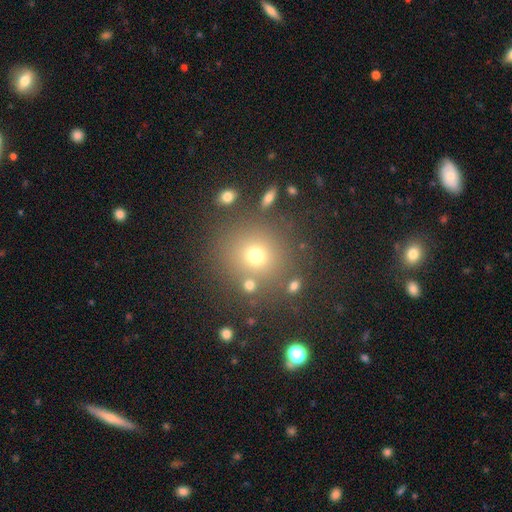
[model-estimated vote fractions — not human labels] Smooth or featured?
  - smooth: 70% *
  - star or artifact: 20%
  - featured or disk: 11%
How rounded?
  - round: 89% *
  - in between: 10%
  - cigar-shaped: 1%
Merging?
  - none: 78% *
  - minor disturbance: 9%
  - merger: 8%
  - major disturbance: 5%